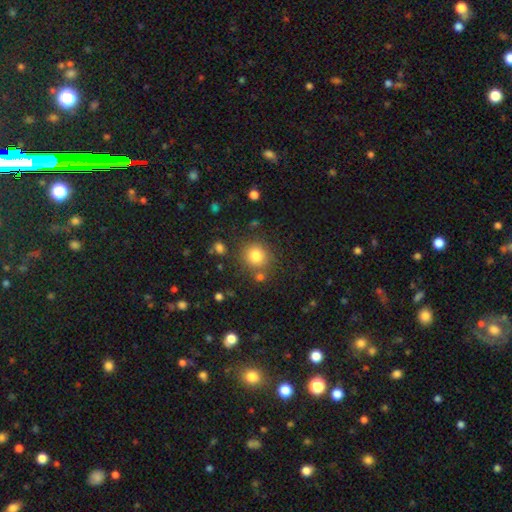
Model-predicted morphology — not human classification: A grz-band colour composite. It shows a smooth galaxy with no disk features (82%) that is round (87%). Merging: none (77%).